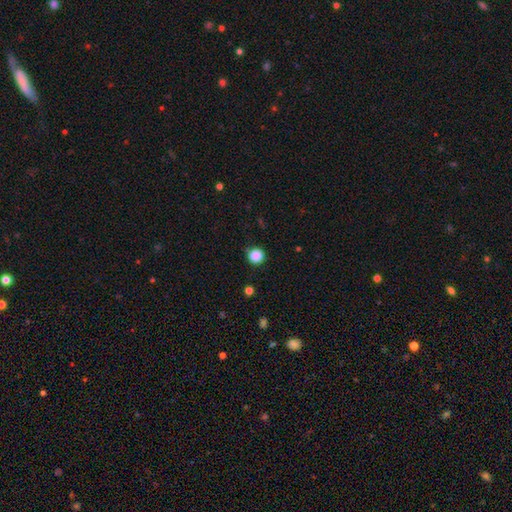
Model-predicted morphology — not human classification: type=smooth (86%); roundness=round (94%); merging=none (89%).